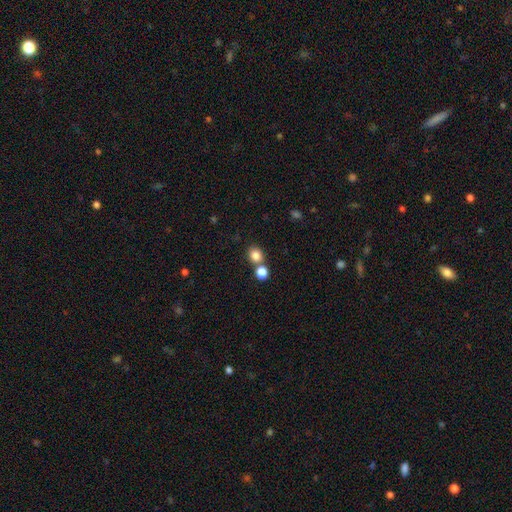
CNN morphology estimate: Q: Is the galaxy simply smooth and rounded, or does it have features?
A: smooth — 83%.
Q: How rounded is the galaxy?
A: round — 70%.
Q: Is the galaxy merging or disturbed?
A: none — 63%.